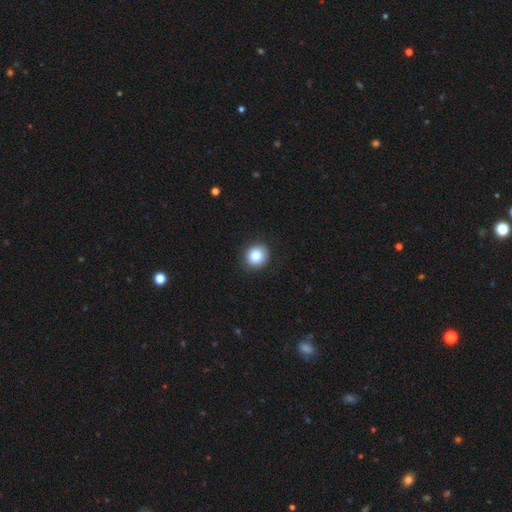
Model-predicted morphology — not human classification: smooth_or_featured: smooth (p=0.85) [alt: star or artifact p=0.10]
how_rounded: round (p=0.85) [alt: in between p=0.14]
merging: none (p=0.91) [alt: minor disturbance p=0.06]